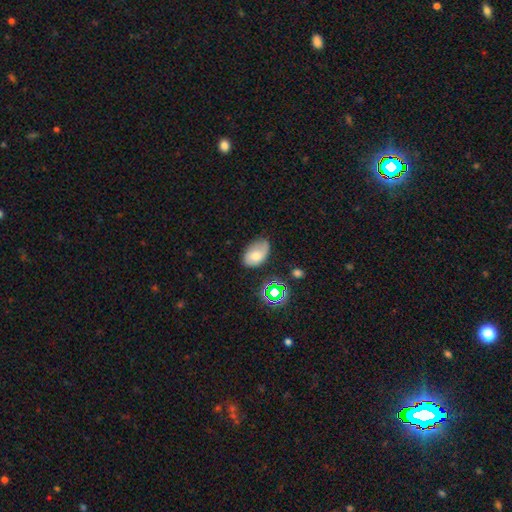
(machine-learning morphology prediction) Overall: smooth (66%). How rounded: in between (89%). Merging: none (57%; minor disturbance 31%).